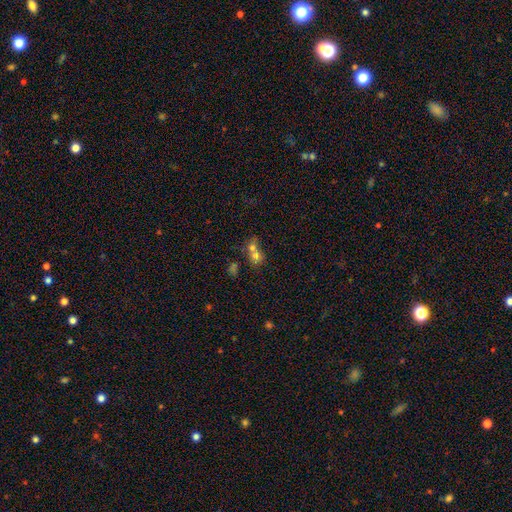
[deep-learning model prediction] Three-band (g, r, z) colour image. It shows a smooth galaxy with no disk features (69%) that is round (73%). Merging: merger (63%).